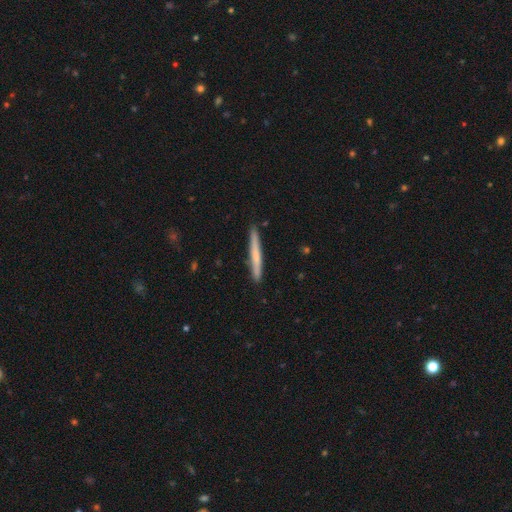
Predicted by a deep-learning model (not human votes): This appears to be a smooth galaxy with no disk features (58%) that is cigar-shaped (97%). Merging: none (90%).